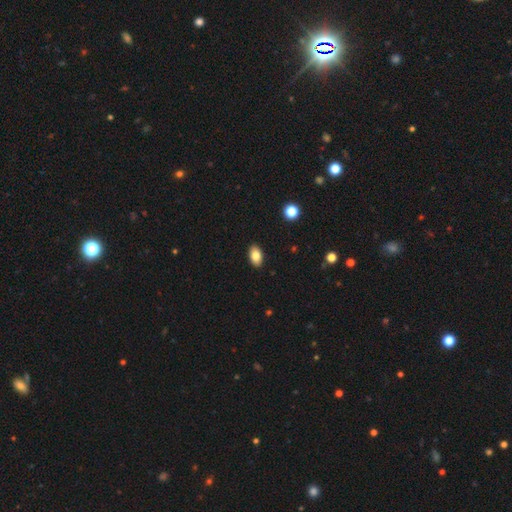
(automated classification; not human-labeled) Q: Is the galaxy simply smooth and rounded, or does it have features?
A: smooth — 82%.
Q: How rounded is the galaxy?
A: in between — 92%.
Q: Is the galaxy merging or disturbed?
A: none — 90%.